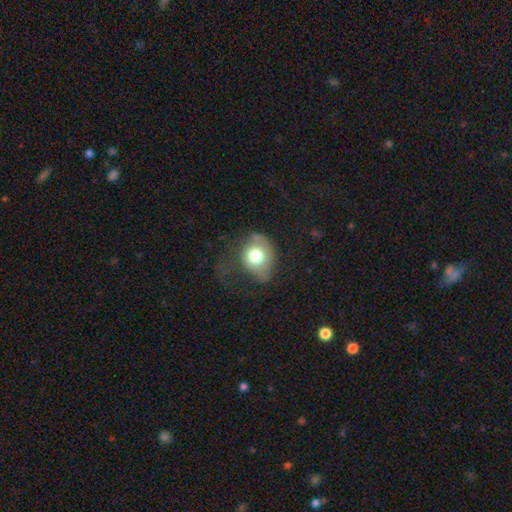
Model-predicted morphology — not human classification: Smooth or featured?
  - smooth: 72% *
  - featured or disk: 18%
  - star or artifact: 10%
How rounded?
  - round: 59% *
  - in between: 40%
  - cigar-shaped: 1%
Merging?
  - none: 35% *
  - minor disturbance: 32%
  - major disturbance: 30%
  - merger: 3%